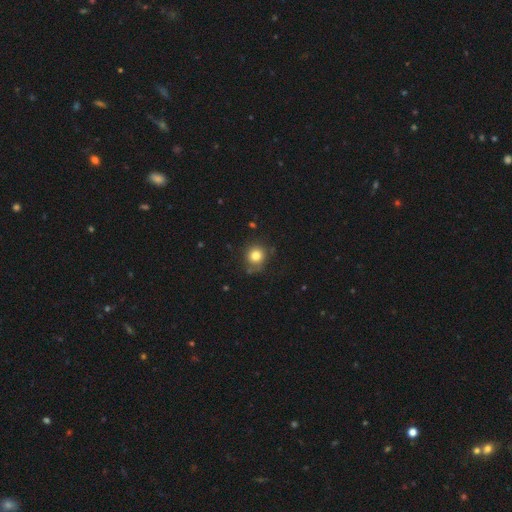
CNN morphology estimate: A smooth galaxy with no disk features (80%) that is round (87%). Merging: none (75%).